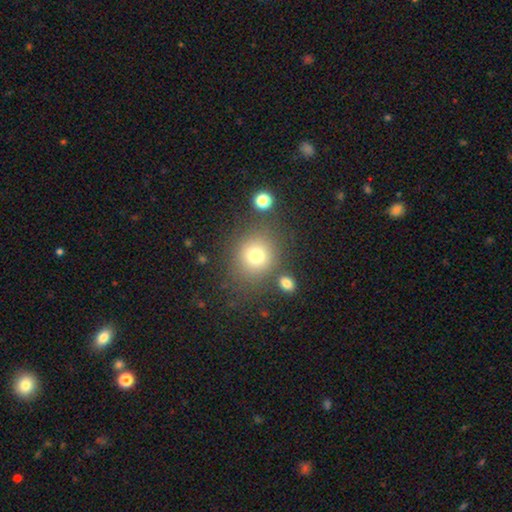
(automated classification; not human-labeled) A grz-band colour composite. It shows a smooth galaxy with no disk features (75%) that is round (80%). Merging: none (75%).